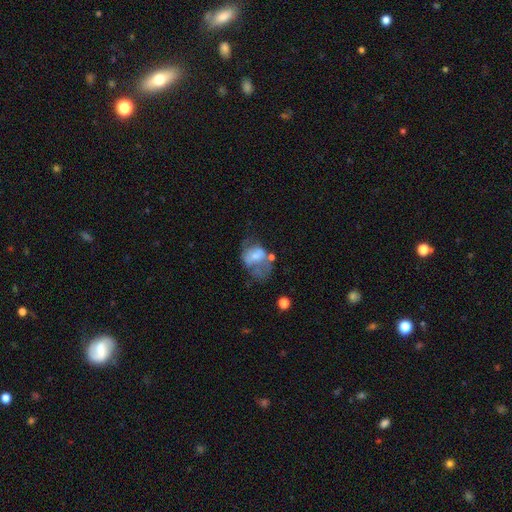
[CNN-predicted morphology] type=featured or disk (46%); merging=major disturbance (40%).